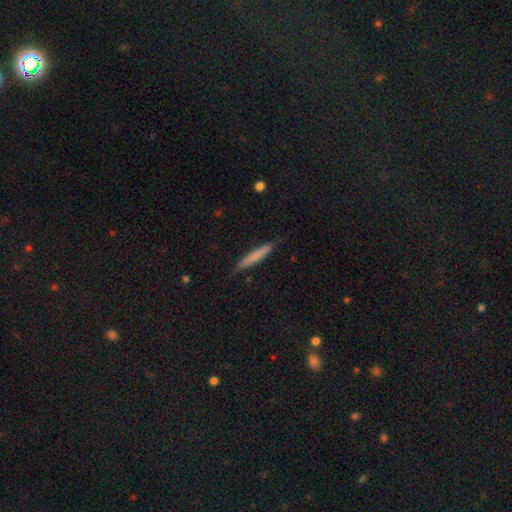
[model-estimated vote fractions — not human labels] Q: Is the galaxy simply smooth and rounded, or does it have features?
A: smooth — 72%.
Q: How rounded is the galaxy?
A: cigar-shaped — 95%.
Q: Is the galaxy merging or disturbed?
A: none — 84%.